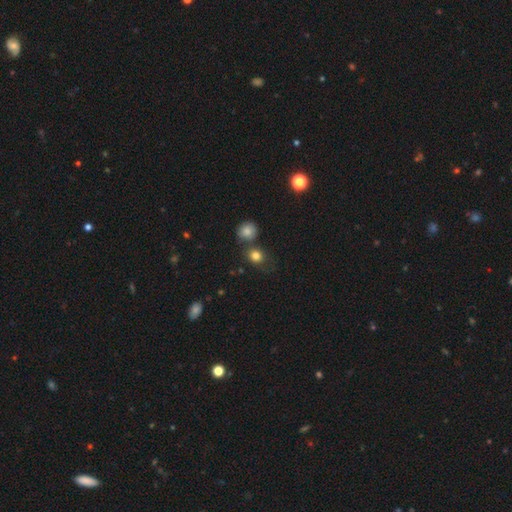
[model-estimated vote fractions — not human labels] Overall: smooth (81%). How rounded: round (73%). Merging: none (60%; merger 22%).